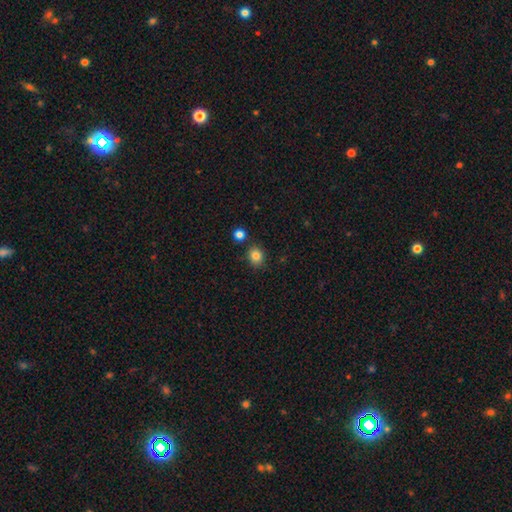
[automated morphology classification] The model was most divided on "how rounded": round: 75%, in between: 24%, cigar-shaped: 1%. More confident: smooth or featured — smooth (84%); merging — none (81%).